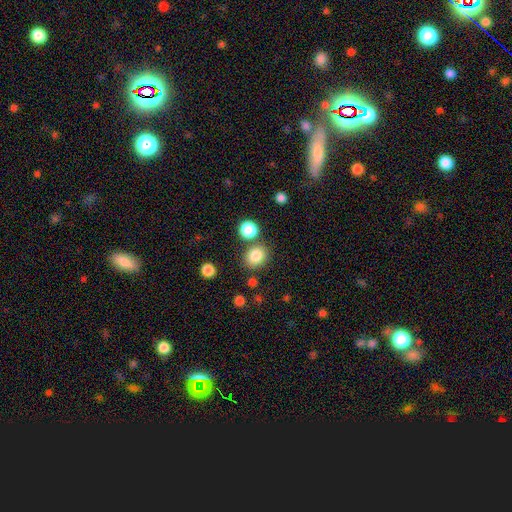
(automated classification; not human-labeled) A smooth galaxy with no disk features (84%) that is round (65%).

Vote fractions:
- Smooth or featured? smooth: 84% / star or artifact: 10% / featured or disk: 6%
- How rounded? round: 65% / in between: 35% / cigar-shaped: 1%
- Merging? none: 75% / merger: 12% / minor disturbance: 10% / major disturbance: 3%